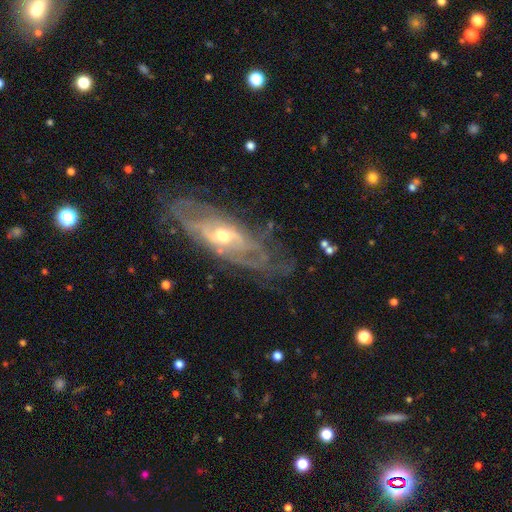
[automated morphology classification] The model was most divided on "bulge size": small: 49%, moderate: 47%, large: 2%, none: 1%, dominant: 1%. More confident: spiral arms — yes (82%); merging — none (79%); smooth or featured — featured or disk (79%); edge-on disk — no (71%); bar — no (63%).